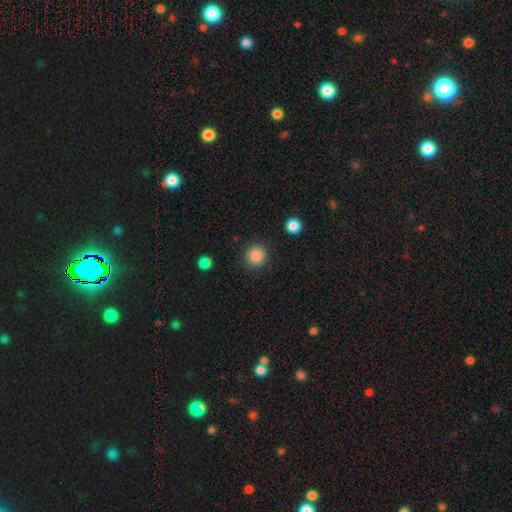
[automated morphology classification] smooth-or-featured: smooth: 87% | star or artifact: 10% | featured or disk: 3%
  how-rounded: round: 93% | in between: 6% | cigar-shaped: 1%
  merging: none: 89% | minor disturbance: 7% | major disturbance: 3% | merger: 1%